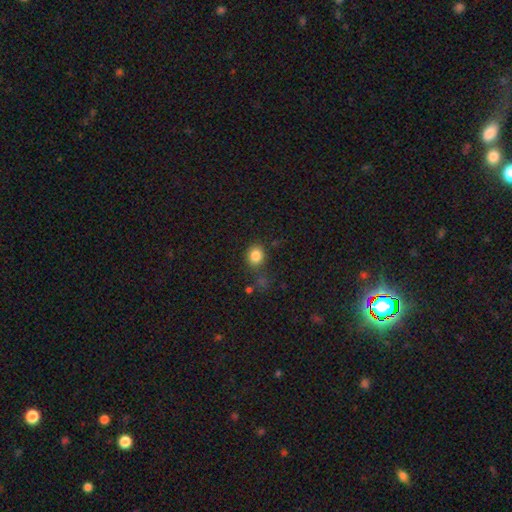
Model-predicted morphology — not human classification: type=smooth (84%); roundness=round (73%); merging=none (75%).